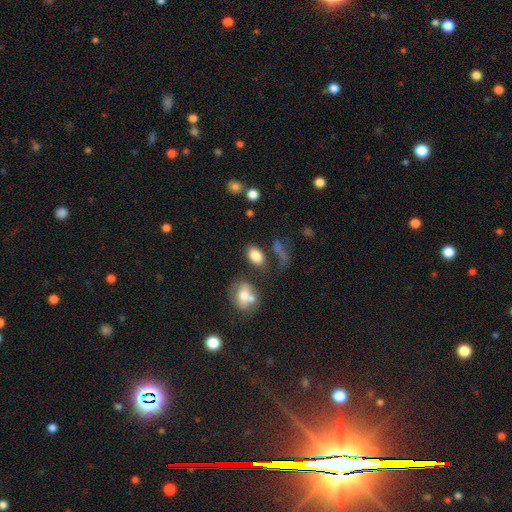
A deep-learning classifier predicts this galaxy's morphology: A smooth galaxy with no disk features (82%) that is in between round and cigar-shaped (89%).

Vote fractions:
- Smooth or featured? smooth: 82% / star or artifact: 9% / featured or disk: 9%
- How rounded? in between: 89% / round: 9% / cigar-shaped: 2%
- Merging? none: 64% / minor disturbance: 15% / merger: 13% / major disturbance: 8%